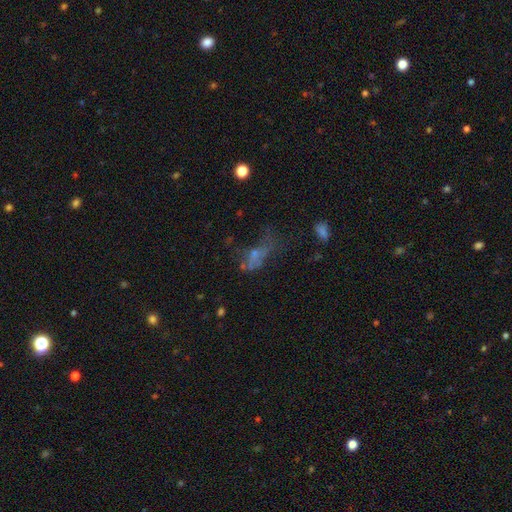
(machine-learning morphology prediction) smooth-or-featured: smooth: 41% | featured or disk: 35% | star or artifact: 24%
  merging: major disturbance: 44% | none: 27% | minor disturbance: 17% | merger: 12%